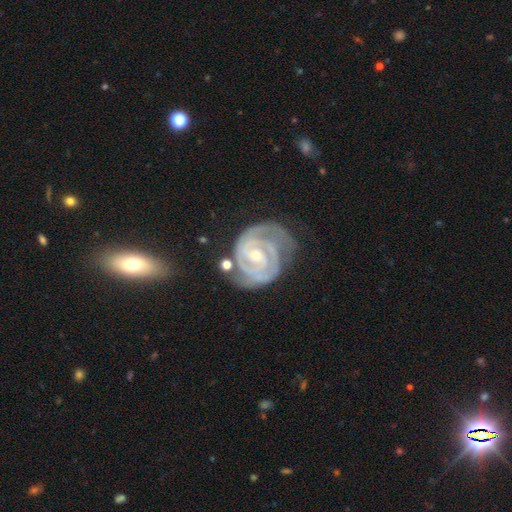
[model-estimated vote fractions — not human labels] smooth_or_featured: featured or disk (p=0.91) [alt: smooth p=0.05]
disk_edge_on: no (p=0.98) [alt: yes p=0.02]
bar: no (p=0.45) [alt: weak p=0.40]
has_spiral_arms: yes (p=0.97) [alt: no p=0.03]
spiral_winding: tight (p=0.74) [alt: medium p=0.22]
spiral_arm_count: 2 (p=0.55) [alt: 3 p=0.18]
bulge_size: small (p=0.66) [alt: moderate p=0.31]
merging: none (p=0.55) [alt: minor disturbance p=0.25]